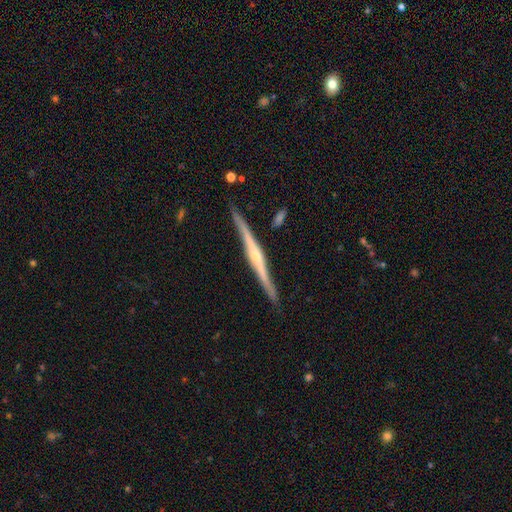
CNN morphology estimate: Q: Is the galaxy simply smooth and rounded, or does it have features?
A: featured or disk — 83%.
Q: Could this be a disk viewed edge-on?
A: yes — 98%.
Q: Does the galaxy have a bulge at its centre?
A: rounded — 74%.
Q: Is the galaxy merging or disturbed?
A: none — 87%.